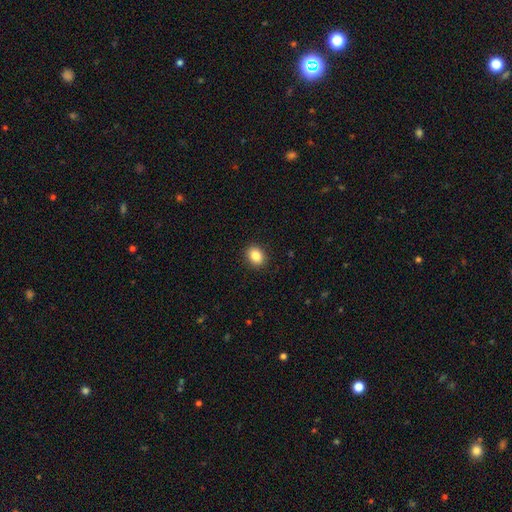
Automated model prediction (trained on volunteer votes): Morphology: type=smooth (86%); roundness=in between (54%); merging=none (91%).